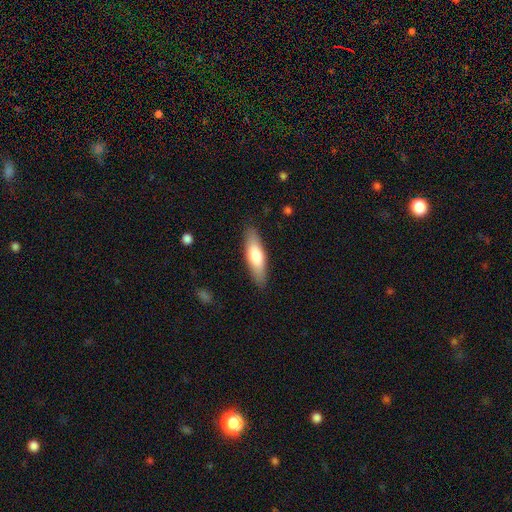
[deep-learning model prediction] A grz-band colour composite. It shows a smooth galaxy with no disk features (71%) that is cigar-shaped (55%). Merging: none (88%).